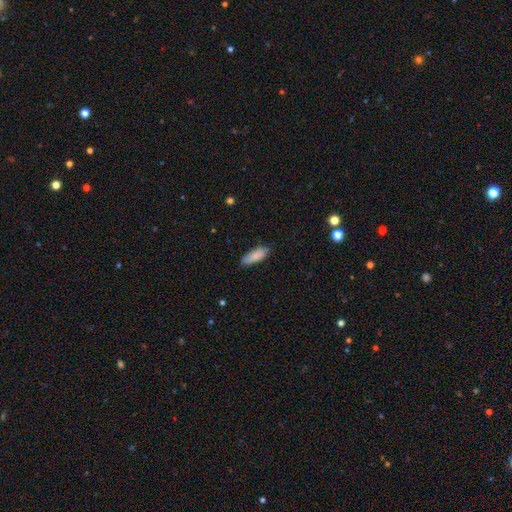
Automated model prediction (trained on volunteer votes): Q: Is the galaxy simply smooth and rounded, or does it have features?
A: smooth — 85%.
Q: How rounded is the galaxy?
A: in between — 65%.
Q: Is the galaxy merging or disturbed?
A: none — 81%.